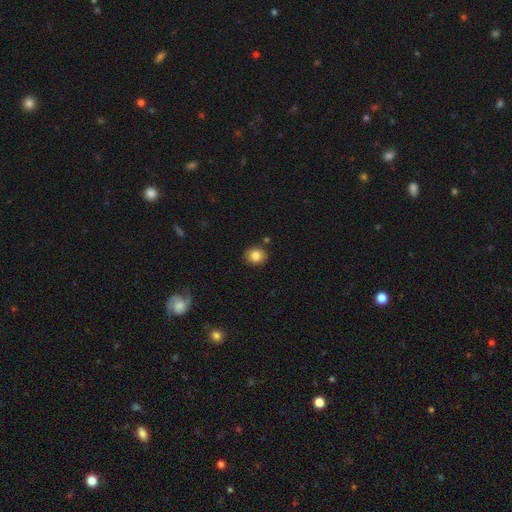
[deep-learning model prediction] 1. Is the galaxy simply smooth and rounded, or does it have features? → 83% smooth, 9% star or artifact, 8% featured or disk.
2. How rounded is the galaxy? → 74% round, 25% in between, 1% cigar-shaped.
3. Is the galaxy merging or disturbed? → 86% none, 9% minor disturbance, 3% merger, 2% major disturbance.